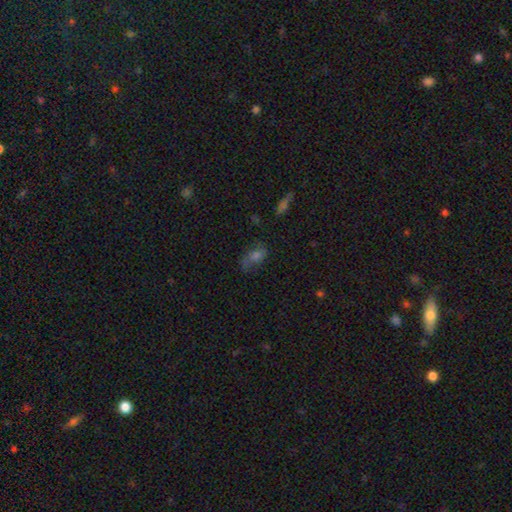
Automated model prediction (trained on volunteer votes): The model was most divided on "smooth or featured": smooth: 47%, featured or disk: 32%, star or artifact: 20%. More confident: merging — none (59%).